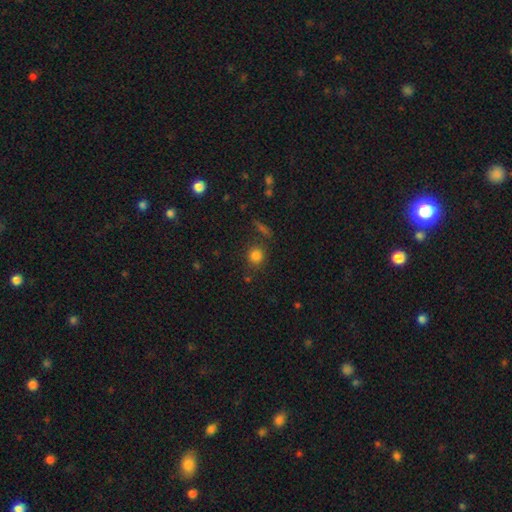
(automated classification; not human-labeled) A smooth galaxy with no disk features (80%) that is round (87%).

Vote fractions:
- Smooth or featured? smooth: 80% / star or artifact: 13% / featured or disk: 6%
- How rounded? round: 87% / in between: 12% / cigar-shaped: 1%
- Merging? none: 80% / minor disturbance: 10% / merger: 6% / major disturbance: 4%